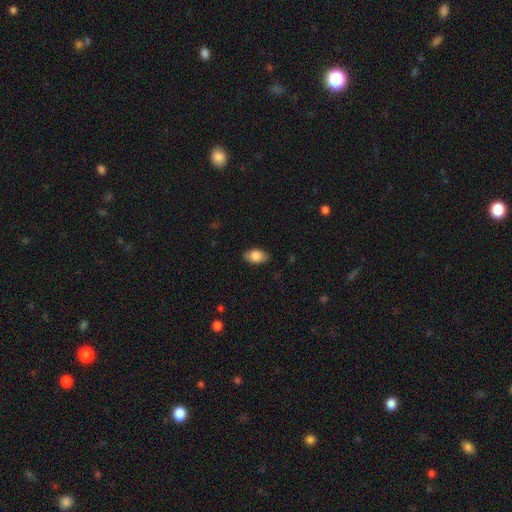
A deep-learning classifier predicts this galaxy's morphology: smooth 83%, featured or disk 10%, star or artifact 7%. Down the decision tree: how rounded — in between (90%); merging — none (84%).